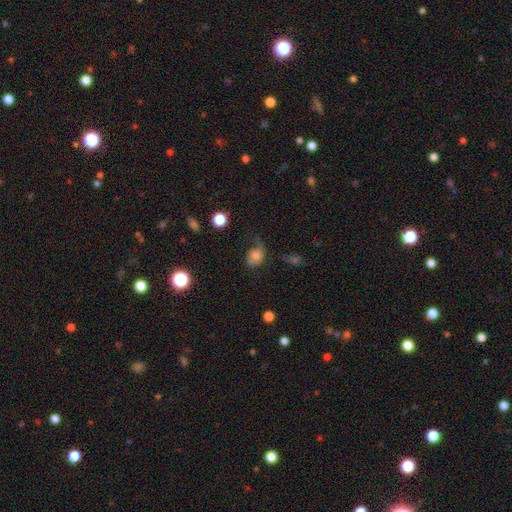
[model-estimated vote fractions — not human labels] Smooth or featured? smooth (58%)
How rounded? in between (51%)
Merging? major disturbance (35%)